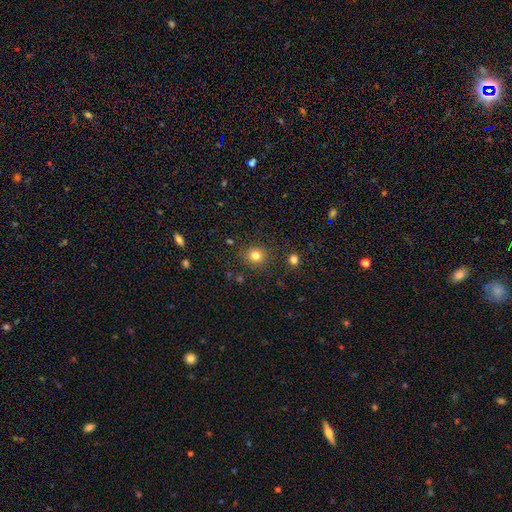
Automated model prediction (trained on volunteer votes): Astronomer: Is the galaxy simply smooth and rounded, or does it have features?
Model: smooth — 81%.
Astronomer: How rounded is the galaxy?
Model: round — 86%.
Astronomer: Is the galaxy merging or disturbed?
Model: none — 87%.